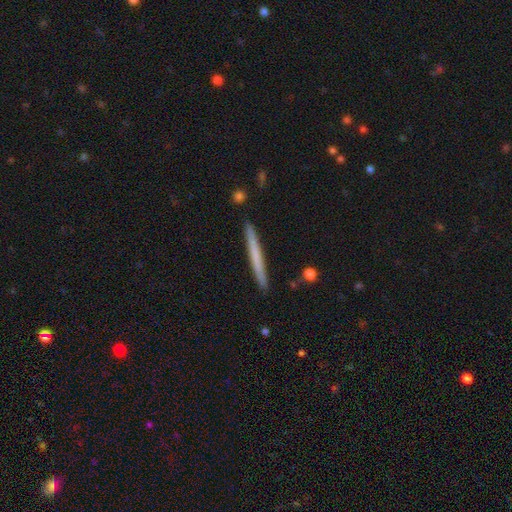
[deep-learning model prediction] Smooth or featured?
  - smooth: 59% *
  - featured or disk: 35%
  - star or artifact: 6%
How rounded?
  - cigar-shaped: 97% *
  - in between: 2%
  - round: 1%
Merging?
  - none: 92% *
  - minor disturbance: 6%
  - merger: 1%
  - major disturbance: 1%